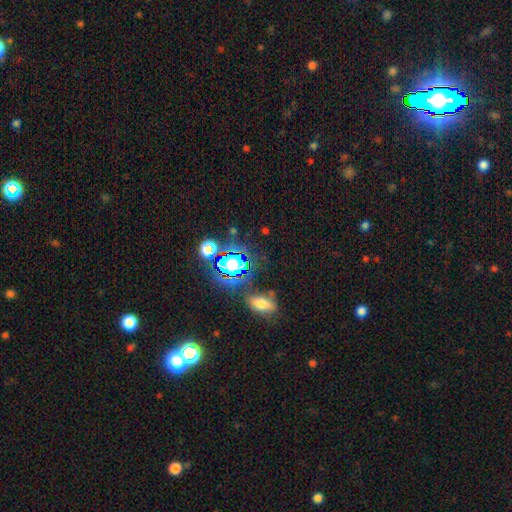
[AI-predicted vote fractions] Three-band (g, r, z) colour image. It shows a star or artifact, not a galaxy (78%).